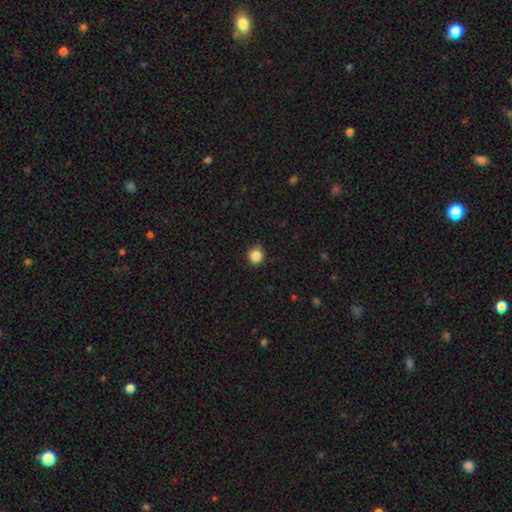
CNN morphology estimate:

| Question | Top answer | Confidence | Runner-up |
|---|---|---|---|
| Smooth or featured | smooth | 86% | star or artifact (10%) |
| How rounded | round | 92% | in between (7%) |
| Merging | none | 87% | minor disturbance (10%) |